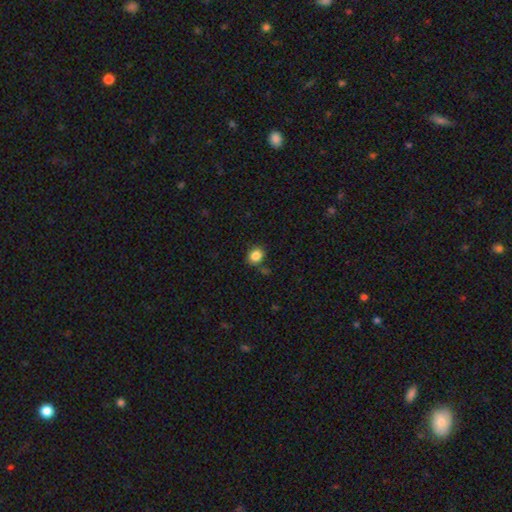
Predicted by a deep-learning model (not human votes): smooth_or_featured: smooth (p=0.86) [alt: star or artifact p=0.10]
how_rounded: round (p=0.63) [alt: in between p=0.36]
merging: none (p=0.78) [alt: minor disturbance p=0.13]